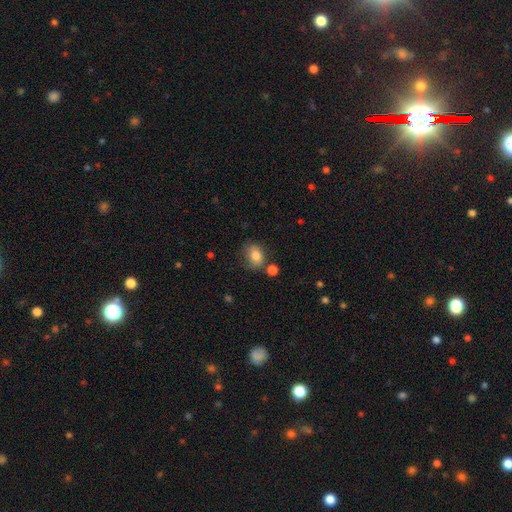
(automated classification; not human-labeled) Smooth or featured: smooth — 80% (featured or disk — 10%)
How rounded: in between — 53% (round — 46%)
Merging: none — 63% (minor disturbance — 21%)